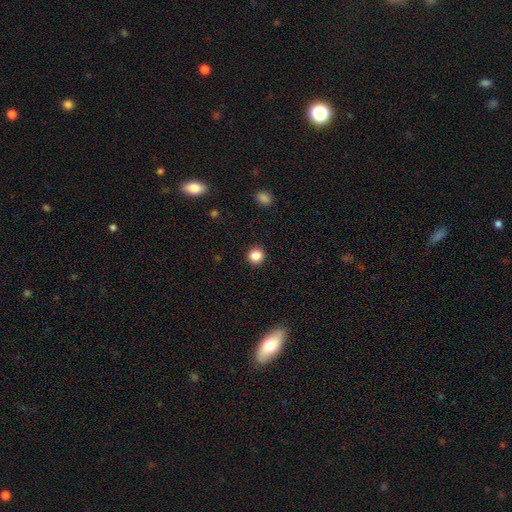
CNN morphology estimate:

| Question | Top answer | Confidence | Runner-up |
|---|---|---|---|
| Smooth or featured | smooth | 86% | star or artifact (11%) |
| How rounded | round | 92% | in between (7%) |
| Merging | none | 92% | minor disturbance (5%) |